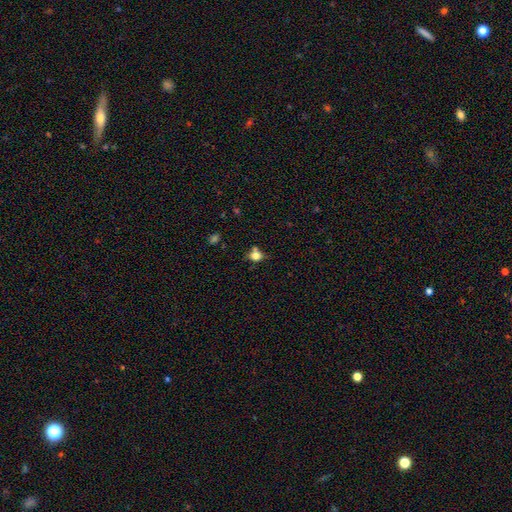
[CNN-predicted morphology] smooth_or_featured: smooth (p=0.75) [alt: star or artifact p=0.15]
how_rounded: round (p=0.71) [alt: in between p=0.27]
merging: none (p=0.60) [alt: minor disturbance p=0.19]